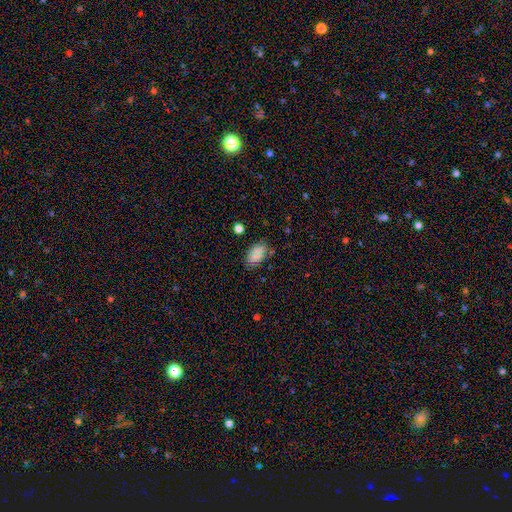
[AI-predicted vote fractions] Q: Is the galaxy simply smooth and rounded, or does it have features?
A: smooth — 80%.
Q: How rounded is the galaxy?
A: in between — 91%.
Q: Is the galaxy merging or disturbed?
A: none — 77%.